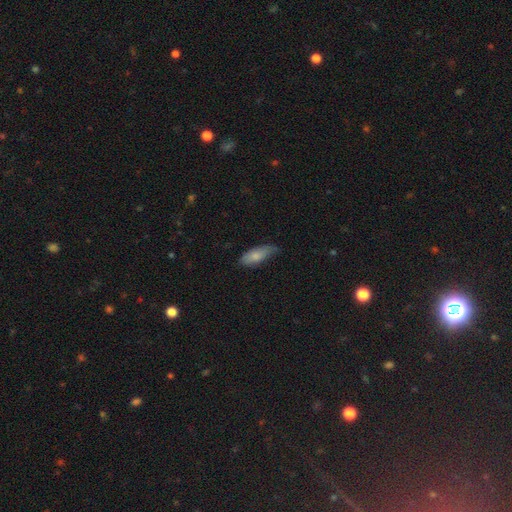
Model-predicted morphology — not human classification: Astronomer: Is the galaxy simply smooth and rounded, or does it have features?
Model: smooth — 78%.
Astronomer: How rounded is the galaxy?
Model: in between — 73%.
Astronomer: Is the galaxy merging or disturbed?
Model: none — 58% (runner-up: minor disturbance, 35%).